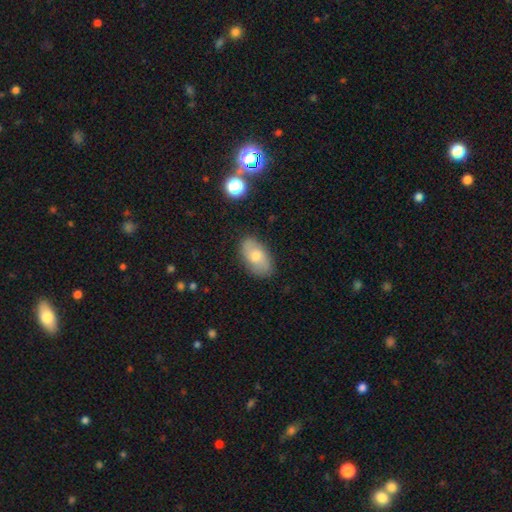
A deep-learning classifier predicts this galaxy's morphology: The model was most divided on "smooth or featured": smooth: 65%, featured or disk: 26%, star or artifact: 9%. More confident: how rounded — in between (92%); merging — none (82%).